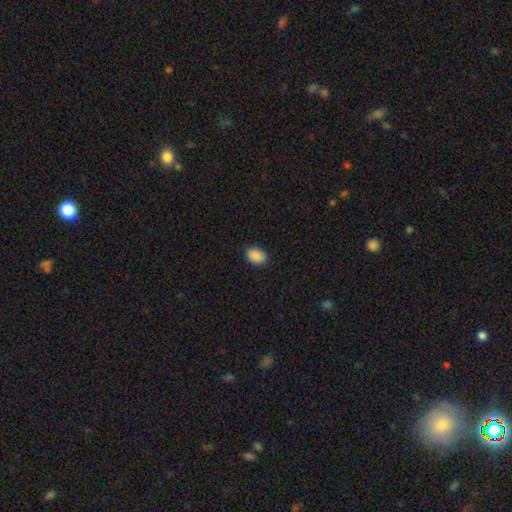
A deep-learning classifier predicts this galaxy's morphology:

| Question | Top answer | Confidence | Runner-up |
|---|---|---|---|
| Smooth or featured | smooth | 90% | star or artifact (8%) |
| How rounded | in between | 77% | round (22%) |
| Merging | none | 88% | minor disturbance (9%) |